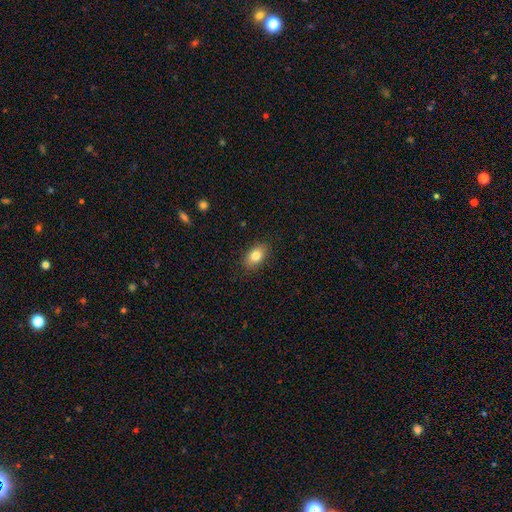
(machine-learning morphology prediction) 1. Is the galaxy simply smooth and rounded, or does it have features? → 82% smooth, 10% featured or disk, 8% star or artifact.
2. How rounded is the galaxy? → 86% in between, 12% round, 2% cigar-shaped.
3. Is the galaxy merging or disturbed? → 87% none, 10% minor disturbance, 2% major disturbance, 1% merger.